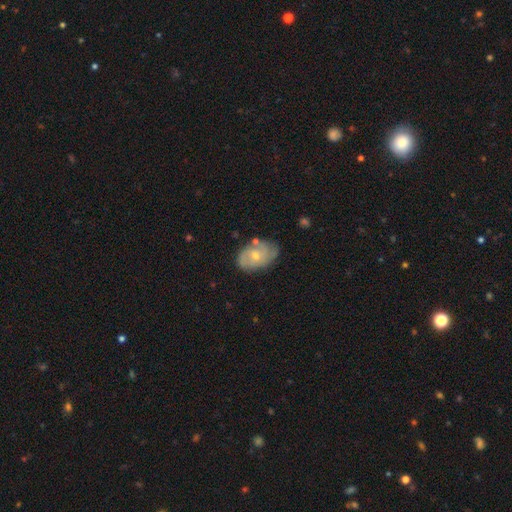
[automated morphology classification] A featured or disk galaxy (55%) with no bar (72%), spiral arms (72%) and a small central bulge (52%).

Vote fractions:
- Smooth or featured? featured or disk: 55% / smooth: 38% / star or artifact: 7%
- Edge-on disk? no: 96% / yes: 4%
- Bar? no: 72% / weak: 24% / strong: 3%
- Spiral arms? yes: 72% / no: 28%
- Bulge size? small: 52% / moderate: 44% / none: 2% / large: 1% / dominant: 1%
- Merging? none: 64% / minor disturbance: 25% / major disturbance: 7% / merger: 5%